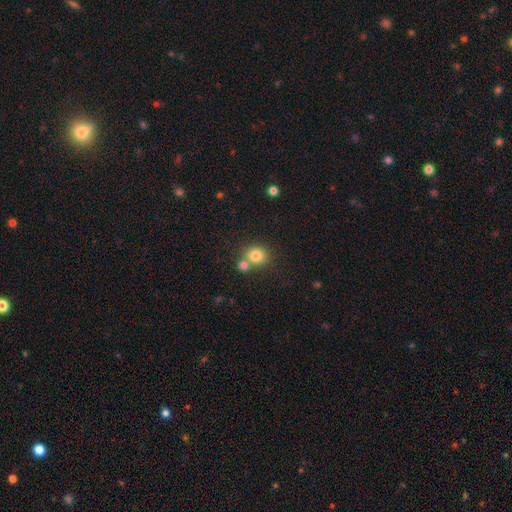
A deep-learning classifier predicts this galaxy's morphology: This appears to be a smooth galaxy with no disk features (80%) that is round (82%). Merging: none (56%).